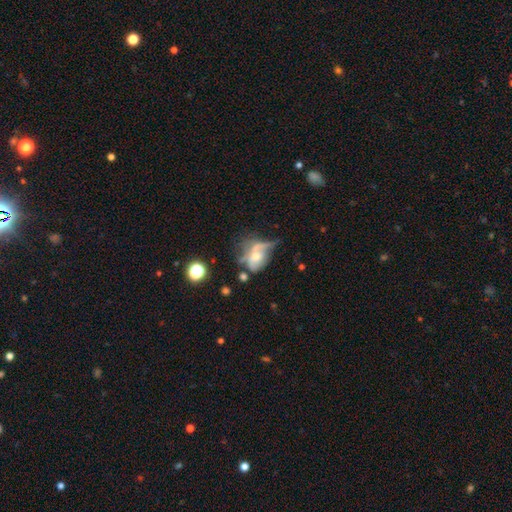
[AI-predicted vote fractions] featured or disk 45%, smooth 43%, star or artifact 12%. Down the decision tree: merging — major disturbance (33%).